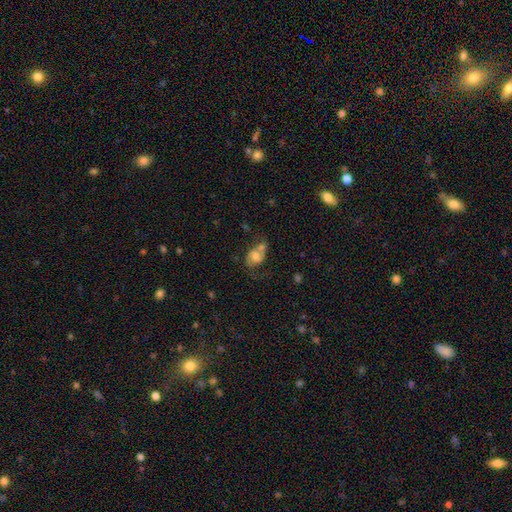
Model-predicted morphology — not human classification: type=featured or disk (48%); merging=merger (33%, tied with none).